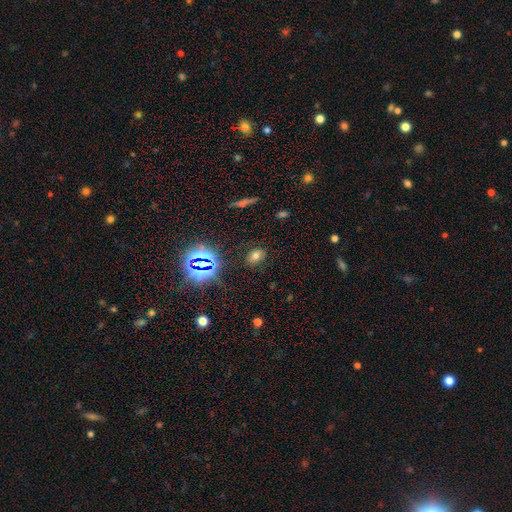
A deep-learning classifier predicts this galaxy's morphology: This is likely a smooth galaxy (60%). How rounded: likely in between (65%). Merging: clearly none (84%).